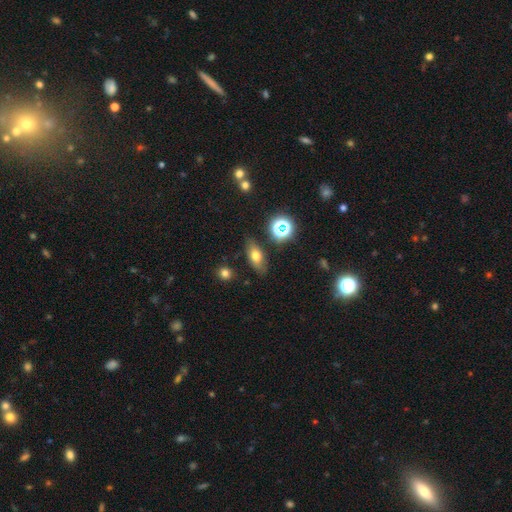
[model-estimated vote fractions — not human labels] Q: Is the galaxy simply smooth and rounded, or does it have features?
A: smooth — 66%.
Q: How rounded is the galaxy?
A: in between — 76%.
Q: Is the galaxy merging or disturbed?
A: none — 82%.